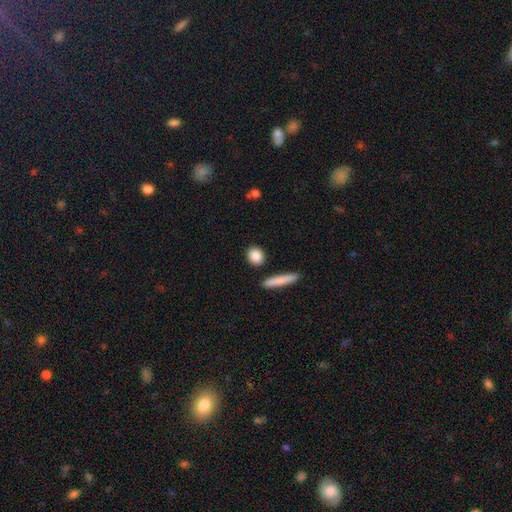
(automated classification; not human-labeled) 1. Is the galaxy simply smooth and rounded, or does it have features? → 87% smooth, 7% star or artifact, 6% featured or disk.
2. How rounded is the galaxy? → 63% round, 30% in between, 7% cigar-shaped.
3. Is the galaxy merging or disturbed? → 88% none, 7% minor disturbance, 3% merger, 2% major disturbance.